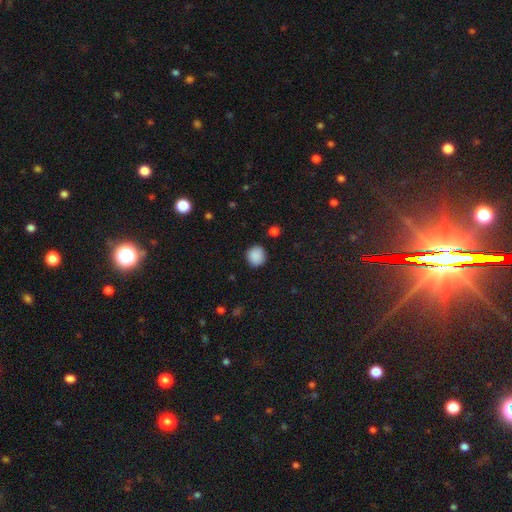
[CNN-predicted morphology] Q: Smooth or featured?
A: smooth (88%); runner-up: star or artifact (9%)
Q: How rounded?
A: round (87%); runner-up: in between (12%)
Q: Merging?
A: none (87%); runner-up: minor disturbance (9%)